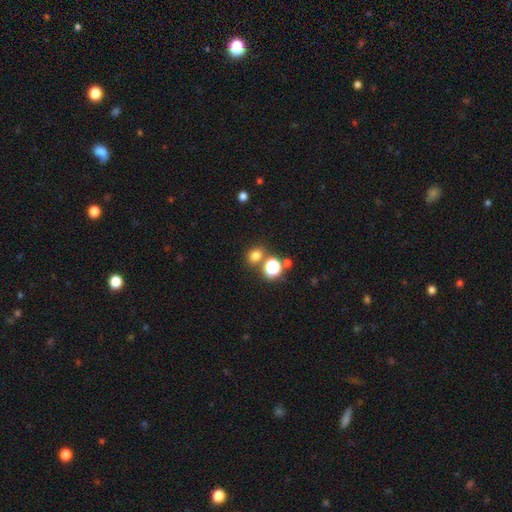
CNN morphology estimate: The model was most divided on "how rounded": round: 58%, in between: 41%, cigar-shaped: 1%. More confident: smooth or featured — smooth (74%); merging — none (71%).